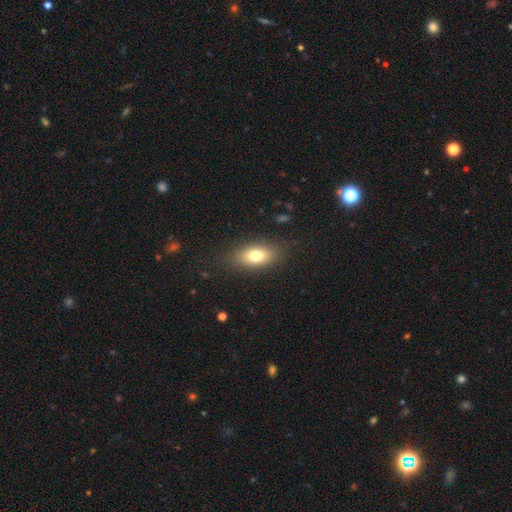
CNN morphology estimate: Smooth or featured? Predicted: smooth (p=0.76). How rounded? Predicted: in between (p=0.85). Merging? Predicted: none (p=0.83).